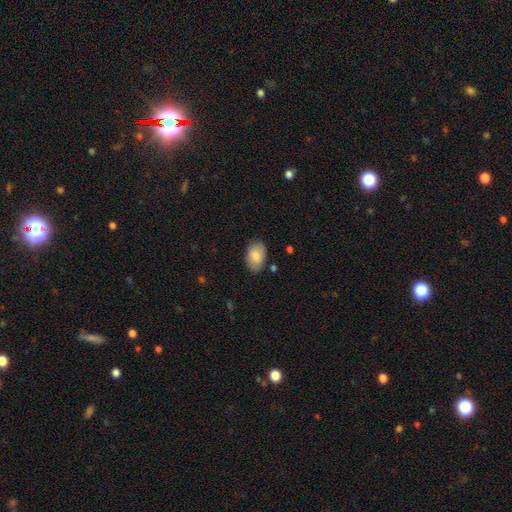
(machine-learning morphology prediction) Smooth or featured? smooth (81%)
How rounded? in between (90%)
Merging? none (81%)